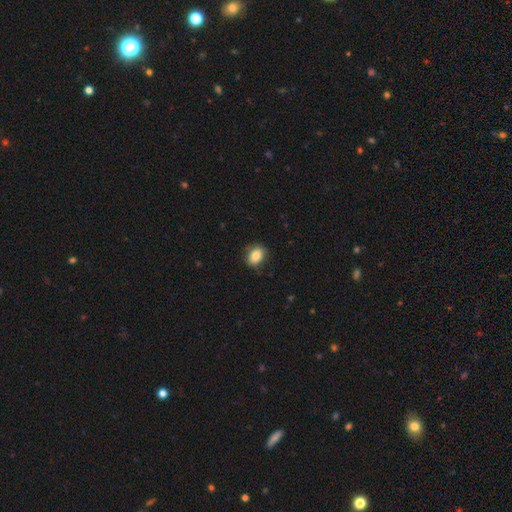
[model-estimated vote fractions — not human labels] Smooth or featured: smooth — 84% (star or artifact — 8%)
How rounded: in between — 69% (round — 30%)
Merging: none — 83% (minor disturbance — 13%)